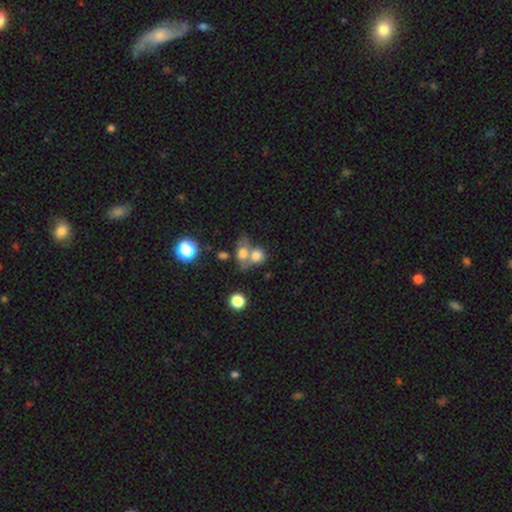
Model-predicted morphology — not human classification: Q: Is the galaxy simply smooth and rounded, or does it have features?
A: smooth — 73%.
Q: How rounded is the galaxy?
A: round — 57%.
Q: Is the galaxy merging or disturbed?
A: merger — 57%.